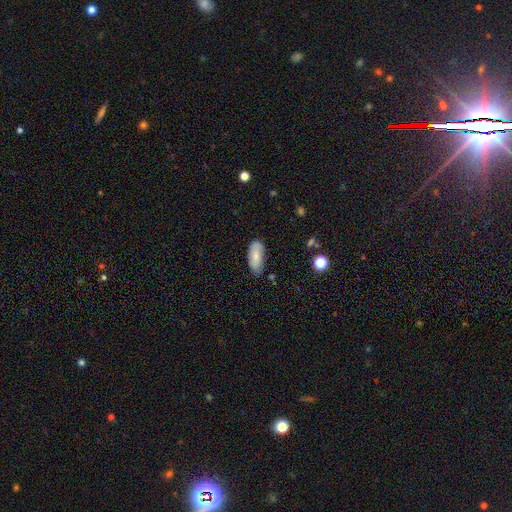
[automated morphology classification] smooth-or-featured: smooth: 80% | featured or disk: 13% | star or artifact: 7%
  how-rounded: in between: 86% | cigar-shaped: 12% | round: 2%
  merging: none: 70% | minor disturbance: 24% | major disturbance: 4% | merger: 2%